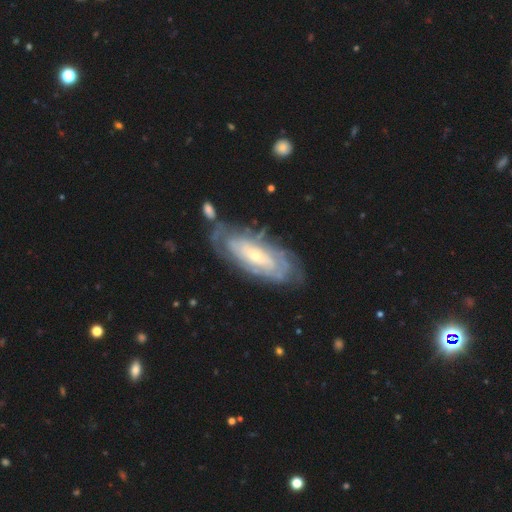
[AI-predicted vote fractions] featured or disk 77%, smooth 17%, star or artifact 6%. Down the decision tree: edge-on disk — no (89%); bar — no (71%); spiral arms — yes (85%); spiral arm count — can't tell (63%); spiral winding — tight (77%); bulge size — small (73%); merging — none (67%).